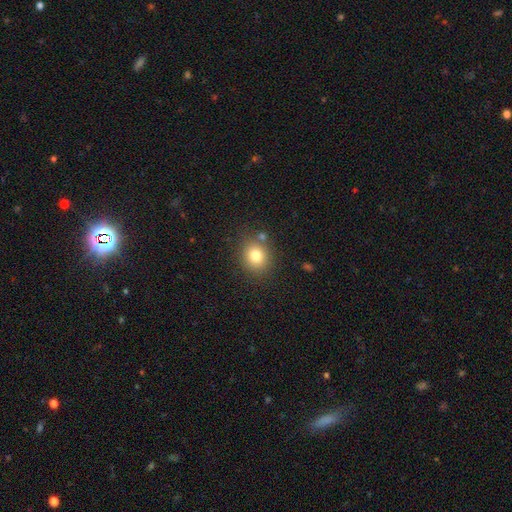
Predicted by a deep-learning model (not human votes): The model was most divided on "how rounded": round: 74%, in between: 26%, cigar-shaped: 1%. More confident: smooth or featured — smooth (79%); merging — none (78%).